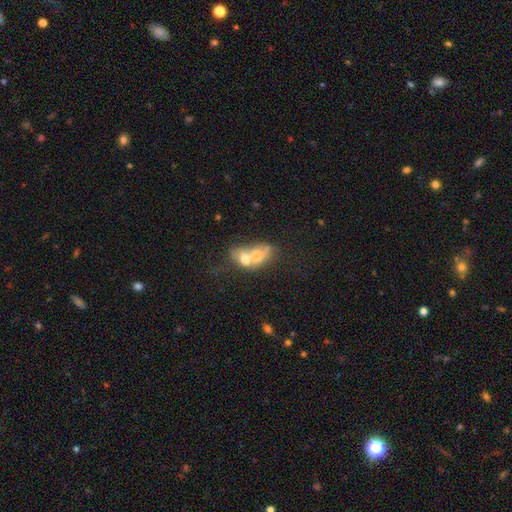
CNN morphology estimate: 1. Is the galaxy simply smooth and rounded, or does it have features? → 53% smooth, 37% featured or disk, 11% star or artifact.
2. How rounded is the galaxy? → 69% in between, 27% round, 4% cigar-shaped.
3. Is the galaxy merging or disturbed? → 74% merger, 13% none, 7% major disturbance, 6% minor disturbance.